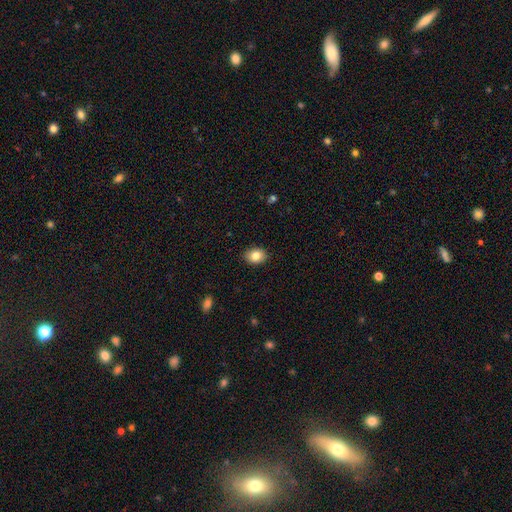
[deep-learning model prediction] Overall: smooth (84%). How rounded: in between (58%; round 41%). Merging: none (89%).